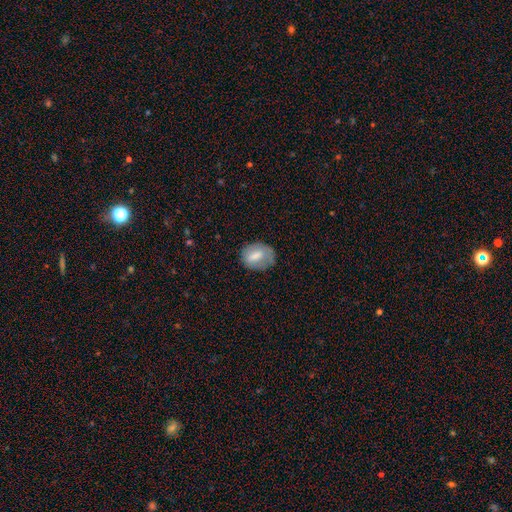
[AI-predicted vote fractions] The model was most divided on "how rounded": in between: 62%, round: 35%, cigar-shaped: 2%. More confident: smooth or featured — smooth (67%); merging — none (62%).